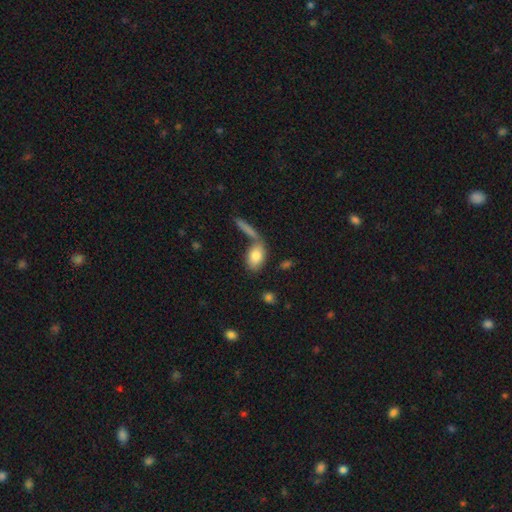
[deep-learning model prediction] Q: Smooth or featured?
A: smooth (80%); runner-up: featured or disk (14%)
Q: How rounded?
A: in between (88%); runner-up: round (7%)
Q: Merging?
A: none (52%); runner-up: merger (27%)